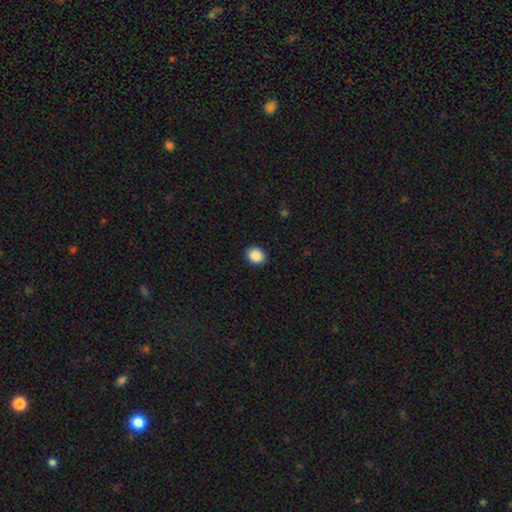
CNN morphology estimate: smooth 88%, star or artifact 8%, featured or disk 3%. Down the decision tree: how rounded — round (57%); merging — none (91%).